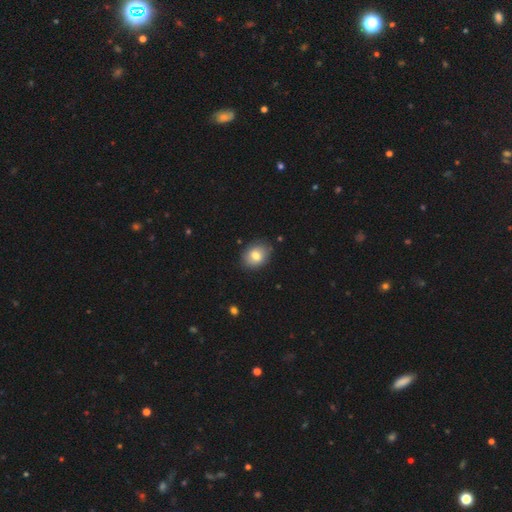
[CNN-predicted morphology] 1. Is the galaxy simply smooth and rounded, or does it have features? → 78% smooth, 13% featured or disk, 9% star or artifact.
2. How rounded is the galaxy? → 60% in between, 39% round, 1% cigar-shaped.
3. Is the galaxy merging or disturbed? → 84% none, 12% minor disturbance, 2% major disturbance, 2% merger.